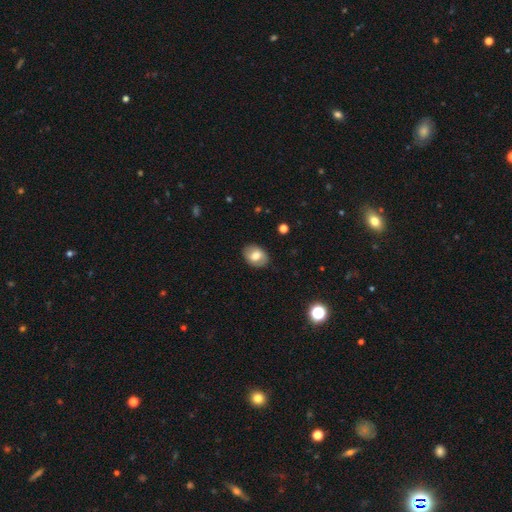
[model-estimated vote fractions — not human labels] Smooth or featured? Predicted: smooth (p=0.69). How rounded? Predicted: in between (p=0.73). Merging? Predicted: none (p=0.85).